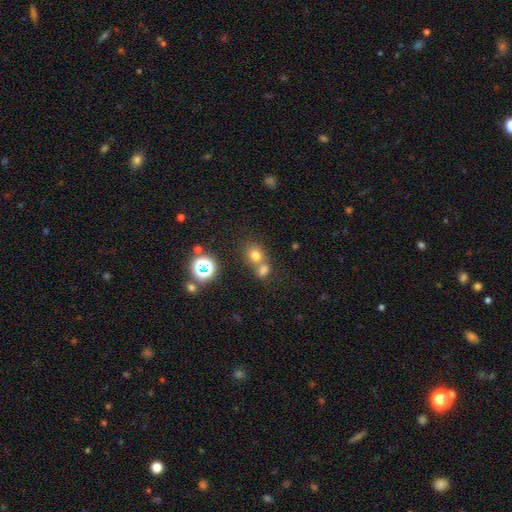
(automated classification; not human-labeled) smooth_or_featured: smooth (p=0.72) [alt: star or artifact p=0.20]
how_rounded: round (p=0.75) [alt: in between p=0.24]
merging: none (p=0.50) [alt: merger p=0.39]